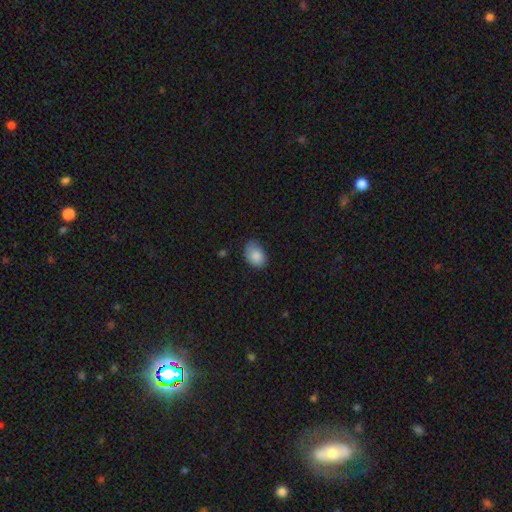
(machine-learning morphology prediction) smooth_or_featured: smooth (p=0.86) [alt: star or artifact p=0.07]
how_rounded: in between (p=0.77) [alt: round p=0.22]
merging: none (p=0.64) [alt: minor disturbance p=0.29]